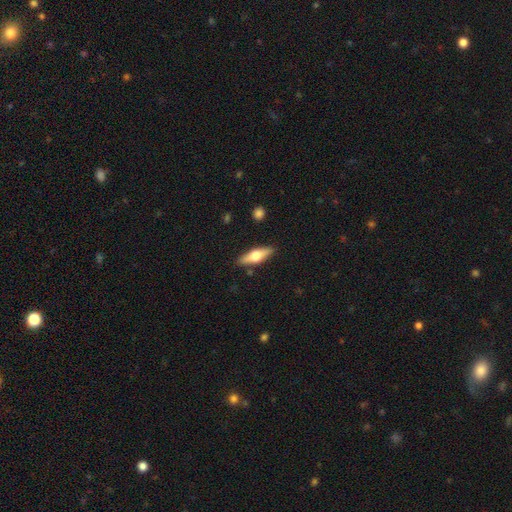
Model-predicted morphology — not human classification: This is possibly a featured or disk galaxy (47%, tied with smooth). Merging: clearly none (87%).